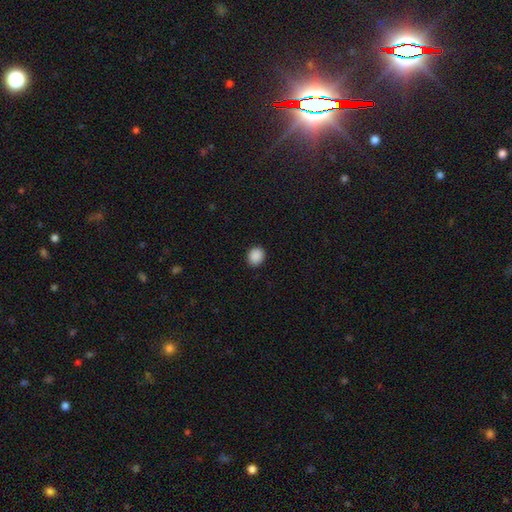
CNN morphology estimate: A smooth galaxy with no disk features (89%) that is round (72%).

Vote fractions:
- Smooth or featured? smooth: 89% / star or artifact: 9% / featured or disk: 2%
- How rounded? round: 72% / in between: 27% / cigar-shaped: 1%
- Merging? none: 91% / minor disturbance: 6% / major disturbance: 2% / merger: 1%